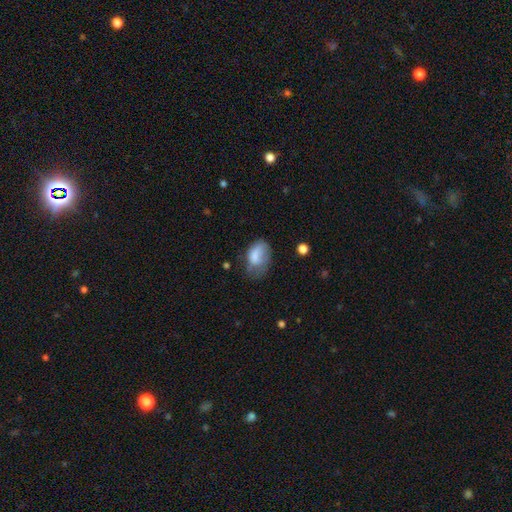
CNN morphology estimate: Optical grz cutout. It shows a smooth galaxy with no disk features (74%) that is in between round and cigar-shaped (84%). Merging: minor disturbance (36%).